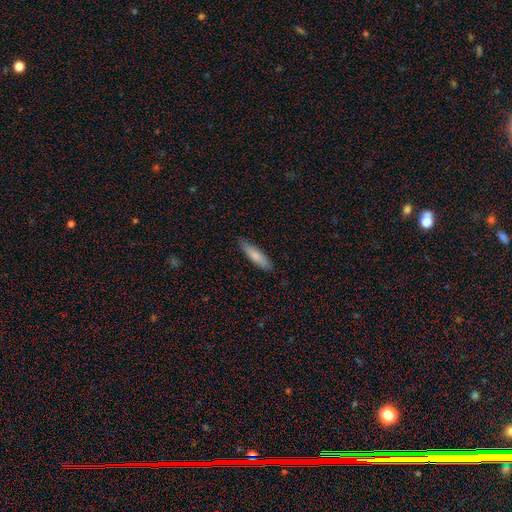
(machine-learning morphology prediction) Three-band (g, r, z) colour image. It shows a smooth galaxy with no disk features (78%) that is cigar-shaped (71%). Merging: none (83%).